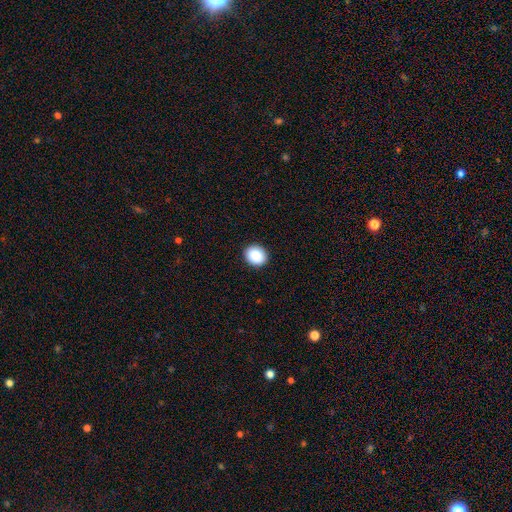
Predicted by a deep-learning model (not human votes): A smooth galaxy with no disk features (90%) that is round (67%).

Vote fractions:
- Smooth or featured? smooth: 90% / star or artifact: 8% / featured or disk: 3%
- How rounded? round: 67% / in between: 32% / cigar-shaped: 1%
- Merging? none: 91% / minor disturbance: 6% / major disturbance: 2% / merger: 1%